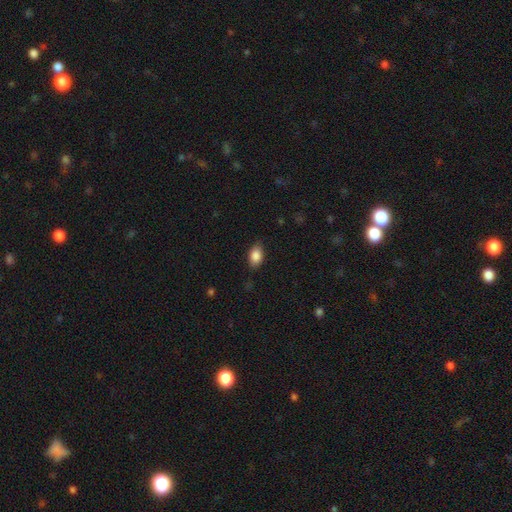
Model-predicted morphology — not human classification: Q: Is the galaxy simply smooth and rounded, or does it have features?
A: smooth — 87%.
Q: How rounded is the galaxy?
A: in between — 88%.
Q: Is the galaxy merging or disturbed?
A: none — 83%.